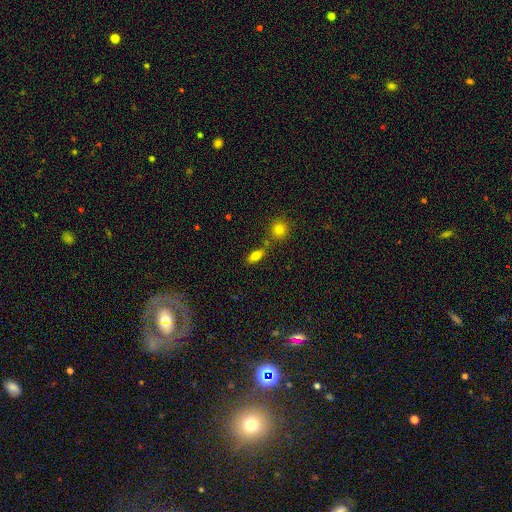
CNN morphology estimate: smooth 78%, featured or disk 12%, star or artifact 10%. Down the decision tree: how rounded — in between (81%); merging — none (70%).